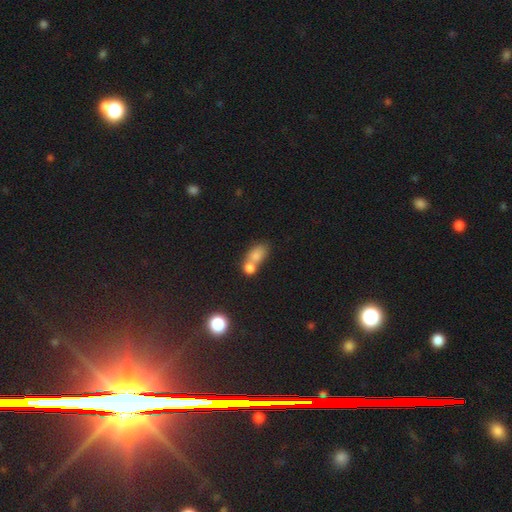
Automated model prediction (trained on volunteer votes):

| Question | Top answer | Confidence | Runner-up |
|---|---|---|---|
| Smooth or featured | smooth | 76% | featured or disk (13%) |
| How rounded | in between | 71% | round (26%) |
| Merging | merger | 61% | none (27%) |